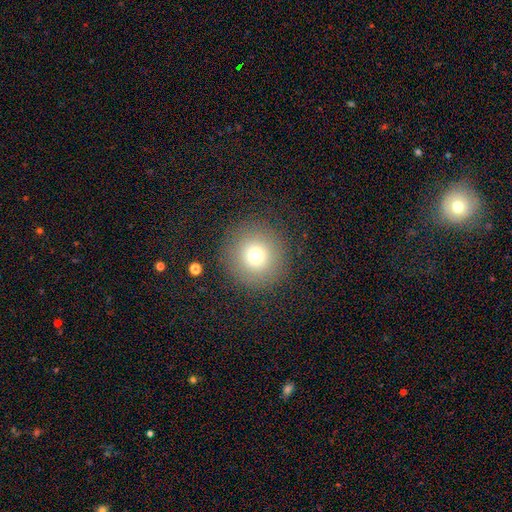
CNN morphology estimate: Q: Smooth or featured?
A: smooth (72%); runner-up: star or artifact (16%)
Q: How rounded?
A: round (96%); runner-up: in between (3%)
Q: Merging?
A: none (89%); runner-up: minor disturbance (6%)